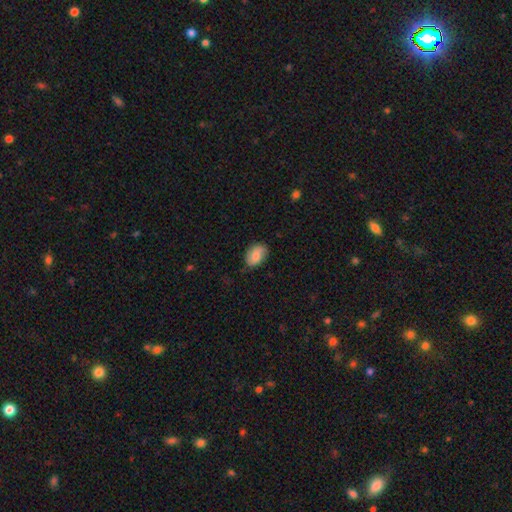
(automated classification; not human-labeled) A smooth galaxy with no disk features (79%) that is in between round and cigar-shaped (86%).

Vote fractions:
- Smooth or featured? smooth: 79% / featured or disk: 14% / star or artifact: 7%
- How rounded? in between: 86% / round: 12% / cigar-shaped: 1%
- Merging? none: 77% / minor disturbance: 19% / major disturbance: 4% / merger: 1%